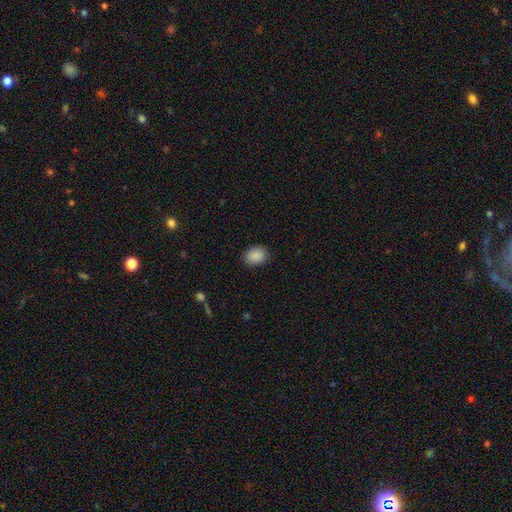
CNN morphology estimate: type=smooth (89%); roundness=in between (65%); merging=none (88%).